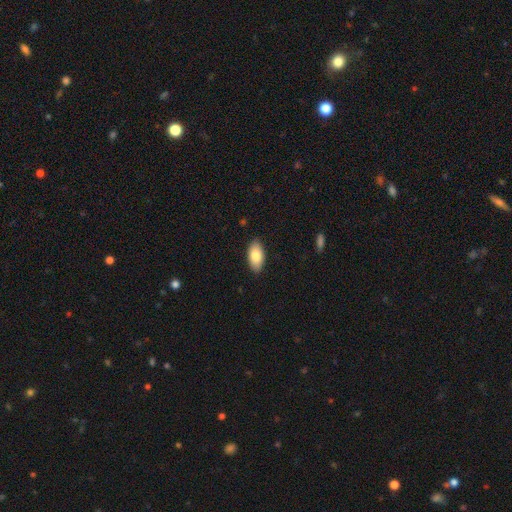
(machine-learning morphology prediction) type=smooth (83%); roundness=in between (94%); merging=none (88%).